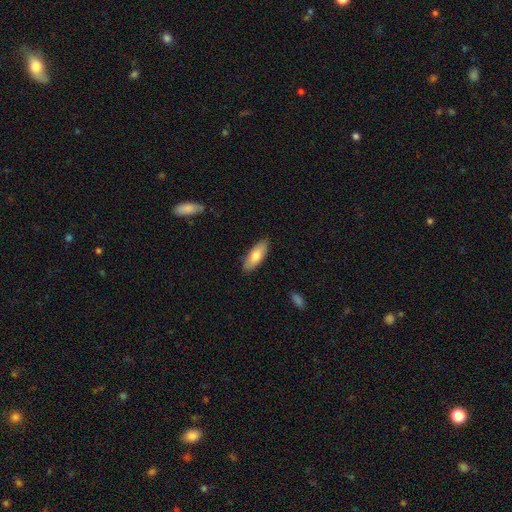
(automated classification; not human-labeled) A smooth galaxy with no disk features (74%) that is in between round and cigar-shaped (75%). Merging: none (83%).